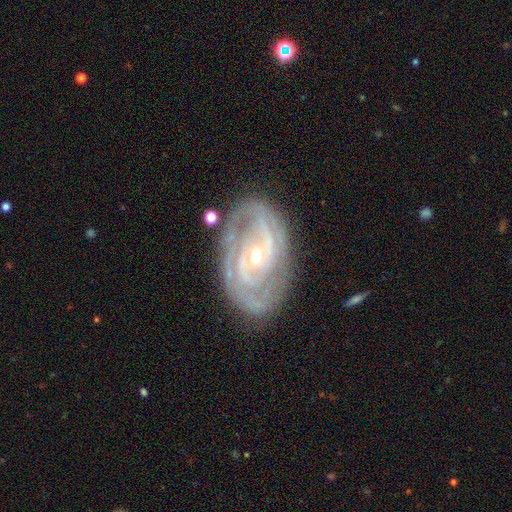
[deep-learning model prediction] Smooth or featured: featured or disk — 89% (smooth — 6%)
Edge-on disk: no — 96% (yes — 4%)
Bar: no — 44% (weak — 36%)
Spiral arms: yes — 96% (no — 4%)
Spiral winding: tight — 69% (medium — 26%)
Spiral arm count: 2 — 48% (3 — 21%)
Bulge size: moderate — 50% (small — 47%)
Merging: none — 77% (minor disturbance — 16%)